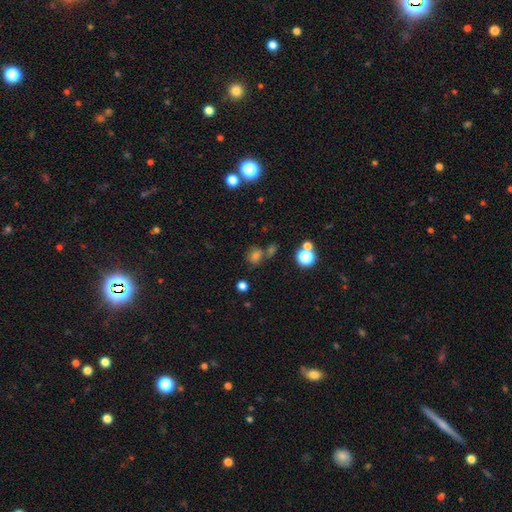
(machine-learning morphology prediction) Smooth or featured?
  - smooth: 67% *
  - star or artifact: 25%
  - featured or disk: 9%
How rounded?
  - round: 65% *
  - in between: 34%
  - cigar-shaped: 1%
Merging?
  - none: 60% *
  - merger: 22%
  - minor disturbance: 13%
  - major disturbance: 6%